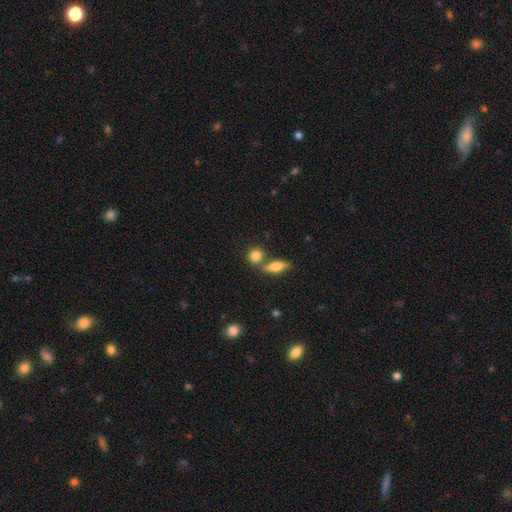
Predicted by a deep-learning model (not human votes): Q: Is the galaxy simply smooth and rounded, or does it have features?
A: smooth — 83%.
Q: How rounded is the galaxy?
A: round — 67%.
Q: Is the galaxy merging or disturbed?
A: none — 60%.